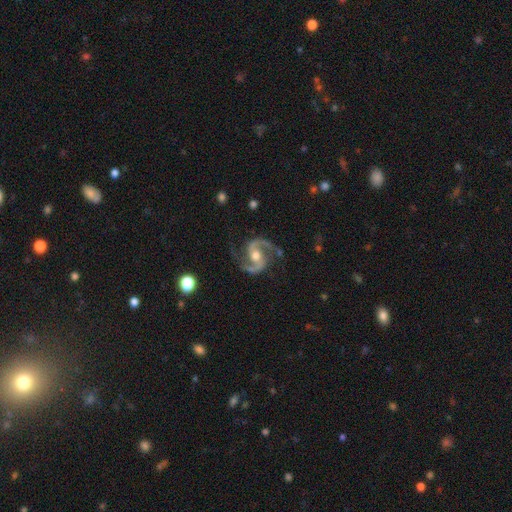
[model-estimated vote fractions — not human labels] Smooth or featured? featured or disk (93%)
Edge-on disk? no (98%)
Bar? no (47%)
Spiral arms? yes (99%)
Spiral winding? medium (65%)
Spiral arm count? 2 (94%)
Bulge size? moderate (74%)
Merging? none (79%)